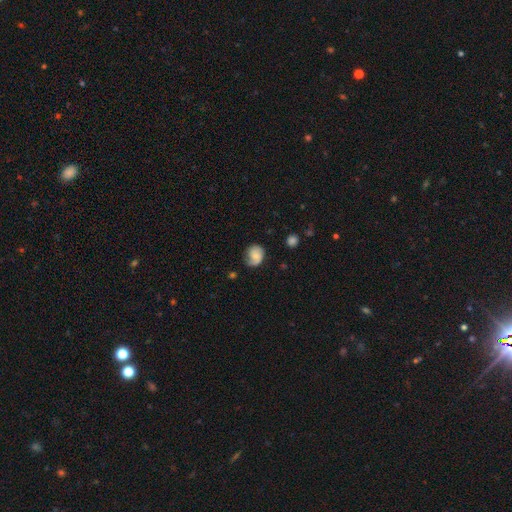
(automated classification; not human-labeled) The model was most divided on "smooth or featured": smooth: 53%, featured or disk: 38%, star or artifact: 8%. More confident: how rounded — round (58%); merging — none (55%).